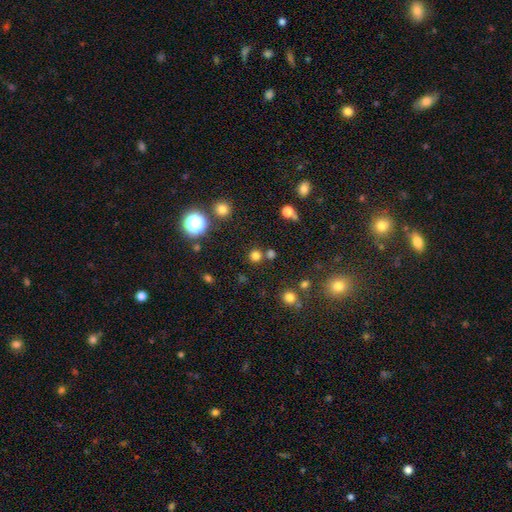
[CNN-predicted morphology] smooth-or-featured: smooth: 72% | star or artifact: 23% | featured or disk: 6%
  how-rounded: round: 92% | in between: 7% | cigar-shaped: 1%
  merging: none: 77% | merger: 13% | minor disturbance: 7% | major disturbance: 3%